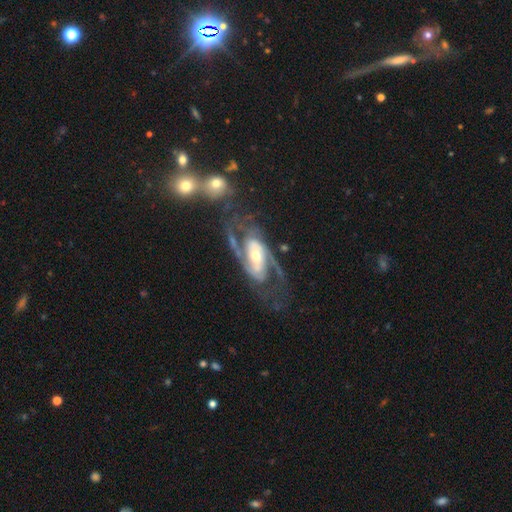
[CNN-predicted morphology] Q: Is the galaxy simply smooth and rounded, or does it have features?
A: featured or disk — 88%.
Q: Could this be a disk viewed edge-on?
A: no — 96%.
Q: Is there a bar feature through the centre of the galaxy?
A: no — 37%.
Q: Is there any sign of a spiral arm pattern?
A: yes — 95%.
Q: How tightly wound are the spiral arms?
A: medium — 51%.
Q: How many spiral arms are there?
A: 2 — 85%.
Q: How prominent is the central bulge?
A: moderate — 57%.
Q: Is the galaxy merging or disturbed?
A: none — 56%.